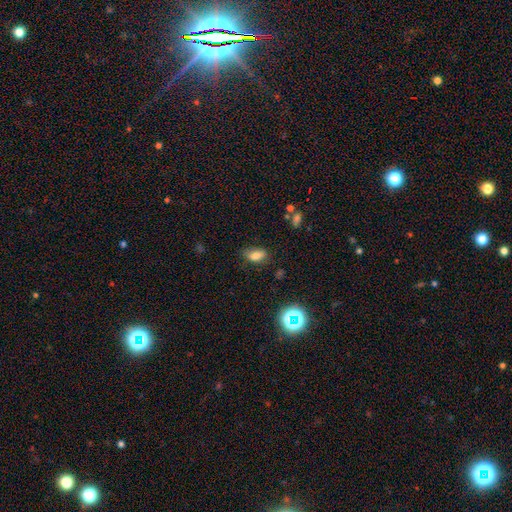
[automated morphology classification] Overall: smooth (78%). How rounded: in between (87%). Merging: none (70%).